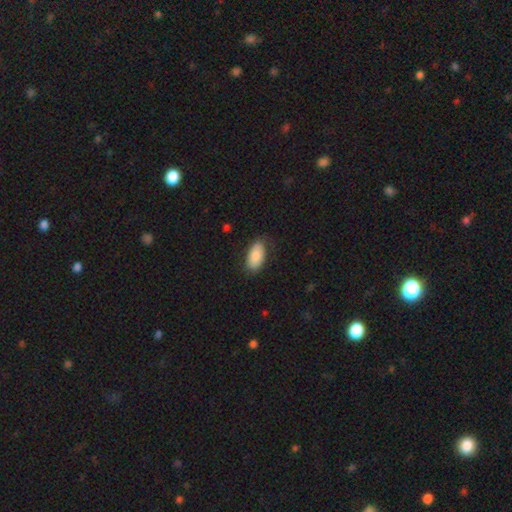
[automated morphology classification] This appears to be a smooth galaxy with no disk features (85%) that is in between round and cigar-shaped (94%). Merging: none (78%).